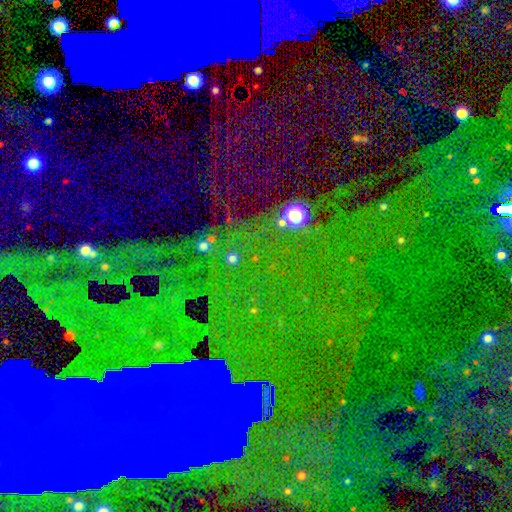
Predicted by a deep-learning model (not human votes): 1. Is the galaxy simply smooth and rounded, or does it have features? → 71% star or artifact, 18% featured or disk, 12% smooth.